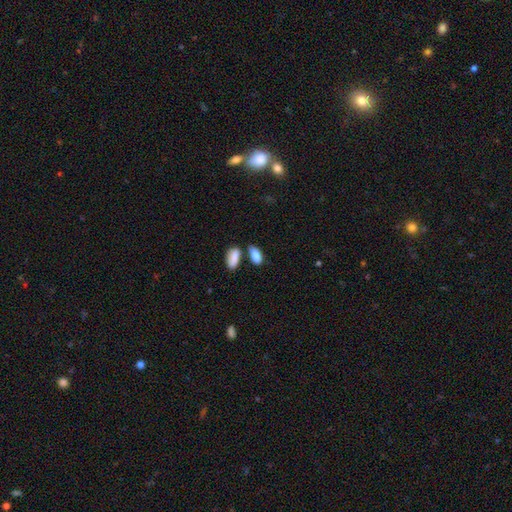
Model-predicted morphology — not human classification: The model was most divided on "merging": none: 58%, merger: 23%, minor disturbance: 14%, major disturbance: 4%. More confident: smooth or featured — smooth (87%); how rounded — in between (84%).